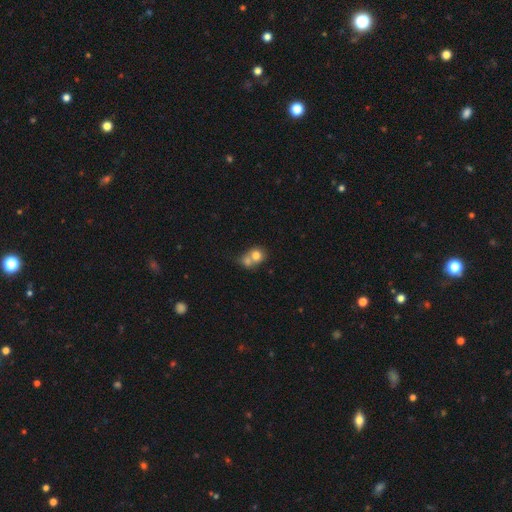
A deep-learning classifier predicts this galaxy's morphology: Smooth or featured: smooth — 74% (featured or disk — 17%)
How rounded: round — 71% (in between — 28%)
Merging: merger — 63% (none — 26%)